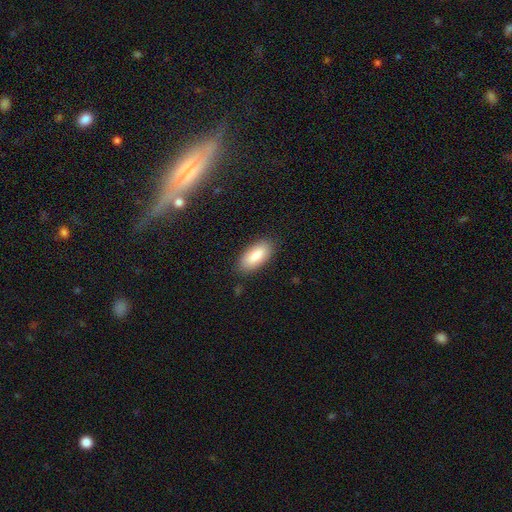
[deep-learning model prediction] A smooth galaxy with no disk features (85%) that is in between round and cigar-shaped (88%). Merging: none (86%).